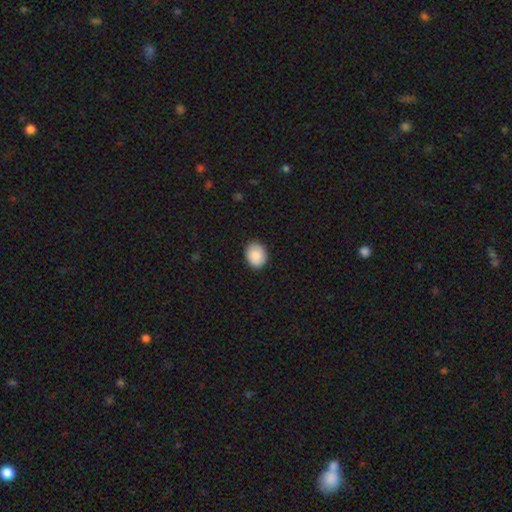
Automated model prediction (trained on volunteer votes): This appears to be a smooth galaxy with no disk features (87%) that is round (50%). Merging: none (87%).